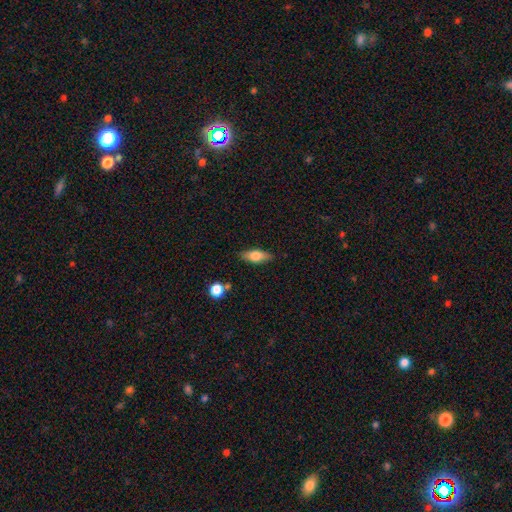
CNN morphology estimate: The model was most divided on "smooth or featured": smooth: 66%, featured or disk: 27%, star or artifact: 7%. More confident: merging — none (83%); how rounded — in between (72%).